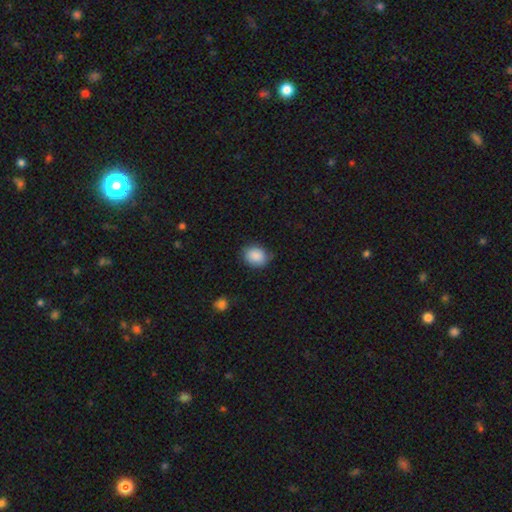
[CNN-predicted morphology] type=smooth (88%); roundness=round (50%, tied with in between); merging=none (79%).